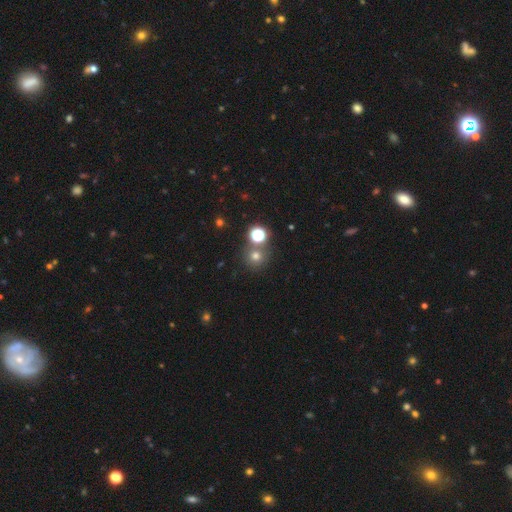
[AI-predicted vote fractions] Smooth or featured: smooth — 68% (star or artifact — 25%)
How rounded: round — 92% (in between — 7%)
Merging: none — 75% (merger — 14%)